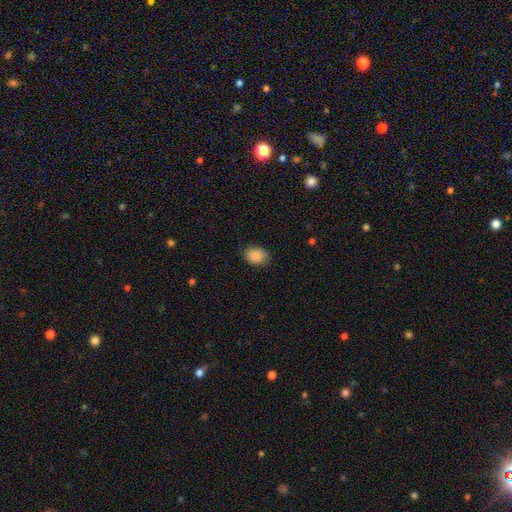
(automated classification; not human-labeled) The model was most divided on "how rounded": in between: 59%, round: 40%, cigar-shaped: 1%. More confident: smooth or featured — smooth (87%); merging — none (80%).